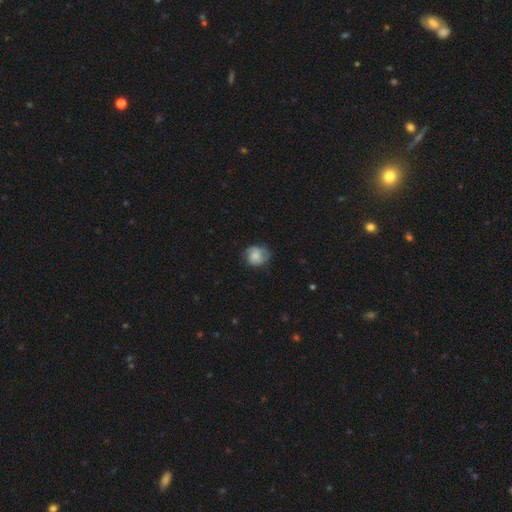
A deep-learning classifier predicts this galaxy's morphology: Smooth or featured? smooth (56%)
How rounded? round (68%)
Merging? none (61%)